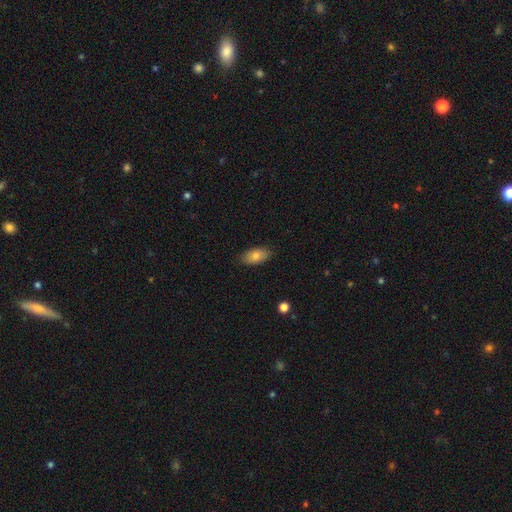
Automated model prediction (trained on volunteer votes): This appears to be a smooth galaxy with no disk features (79%) that is in between round and cigar-shaped (92%). Merging: none (86%).